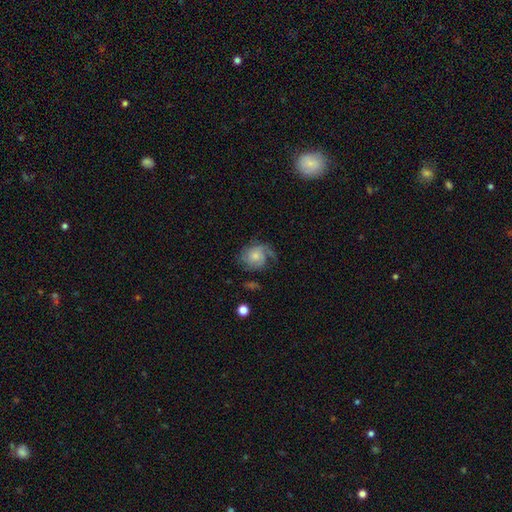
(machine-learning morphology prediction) Smooth or featured? featured or disk (60%)
Edge-on disk? no (97%)
Bar? no (78%)
Spiral arms? yes (88%)
Spiral winding? medium (39%)
Spiral arm count? 1 (29%)
Bulge size? small (41%, tied with moderate)
Merging? none (50%)